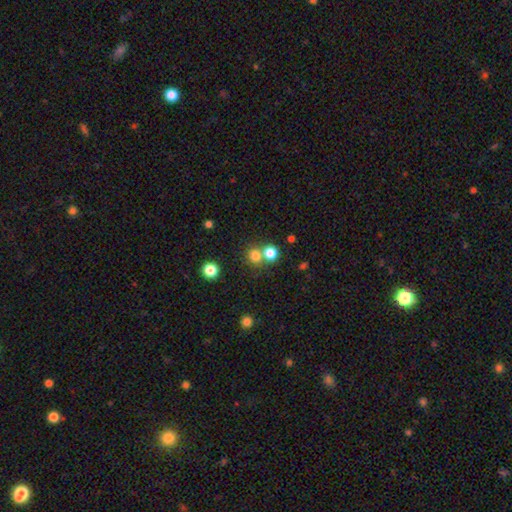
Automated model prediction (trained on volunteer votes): This appears to be a smooth galaxy with no disk features (78%) that is round (86%). Merging: none (58%).